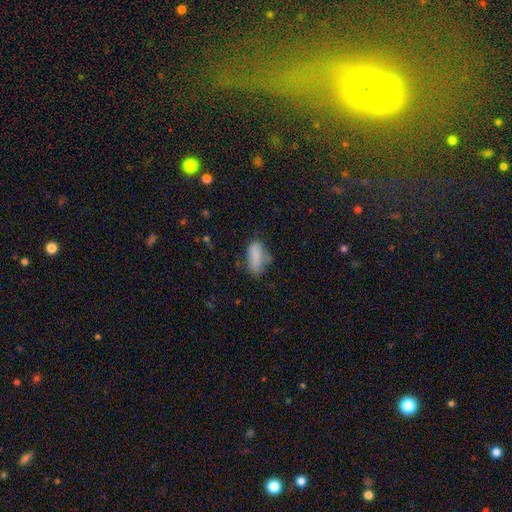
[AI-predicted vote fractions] smooth_or_featured: smooth (p=0.82) [alt: featured or disk p=0.10]
how_rounded: in between (p=0.83) [alt: cigar-shaped p=0.14]
merging: none (p=0.50) [alt: minor disturbance p=0.31]